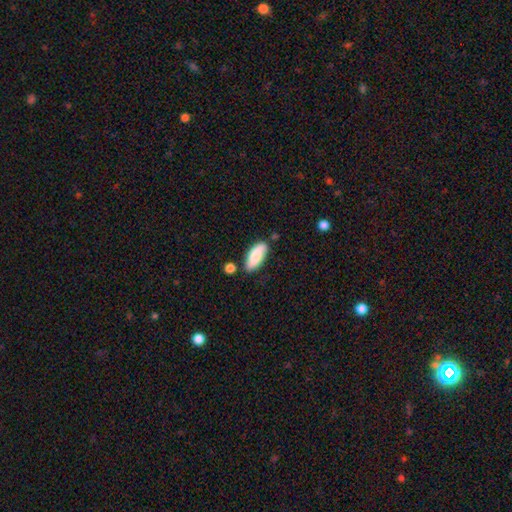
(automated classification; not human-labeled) This appears to be a smooth galaxy with no disk features (82%) that is in between round and cigar-shaped (79%). Merging: none (72%).